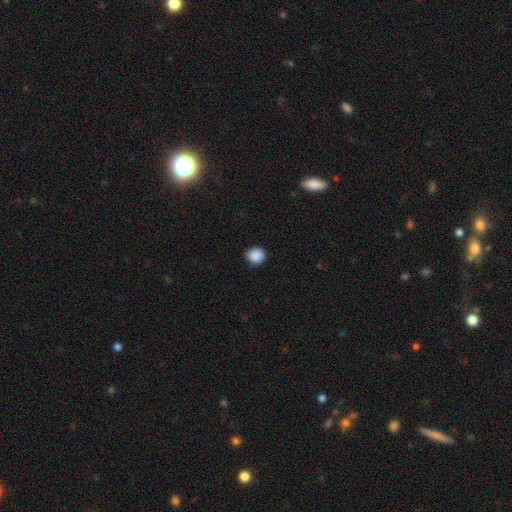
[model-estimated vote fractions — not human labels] smooth-or-featured: smooth: 89% | star or artifact: 8% | featured or disk: 3%
  how-rounded: round: 85% | in between: 14% | cigar-shaped: 1%
  merging: none: 89% | minor disturbance: 8% | major disturbance: 2% | merger: 1%